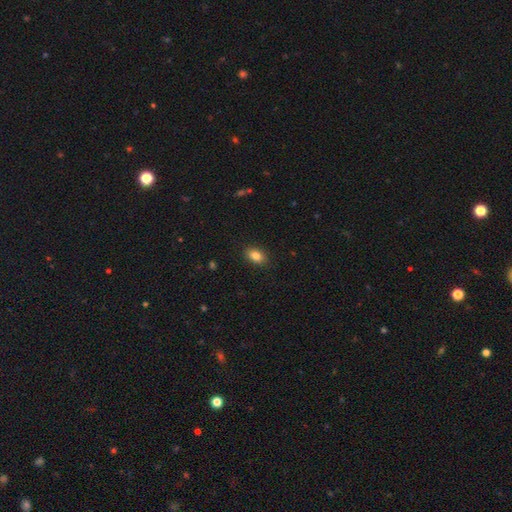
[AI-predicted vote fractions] Morphology: type=smooth (84%); roundness=in between (84%); merging=none (88%).